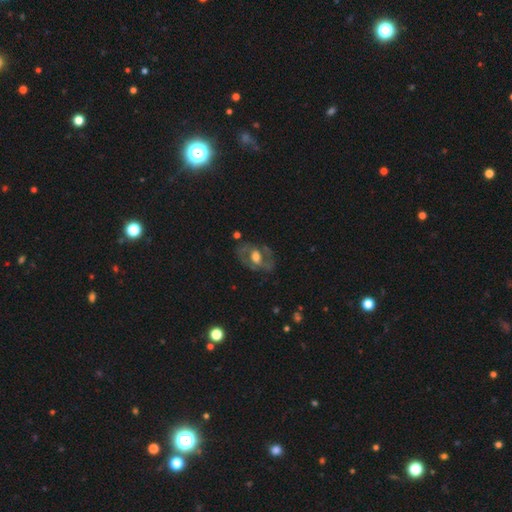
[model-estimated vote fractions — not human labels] This is likely a featured or disk galaxy (64%). It is clearly not viewed edge-on (92%). Bar: possibly no (59%). Spiral arm pattern: likely no (63%). Central bulge: possibly moderate (50%). Merging: likely none (64%).